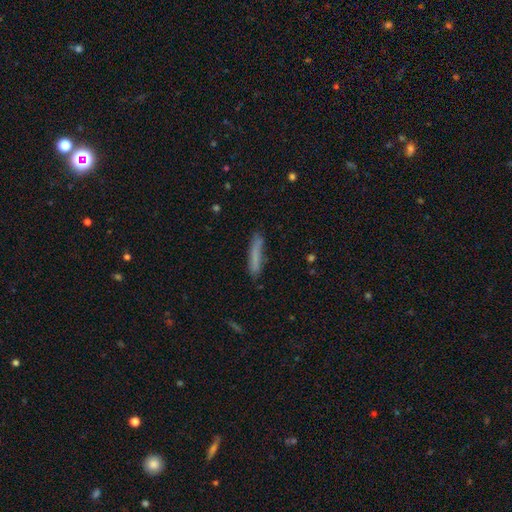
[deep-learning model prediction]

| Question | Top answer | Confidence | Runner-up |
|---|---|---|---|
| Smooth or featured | smooth | 75% | featured or disk (17%) |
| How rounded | cigar-shaped | 92% | in between (7%) |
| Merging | none | 77% | minor disturbance (17%) |